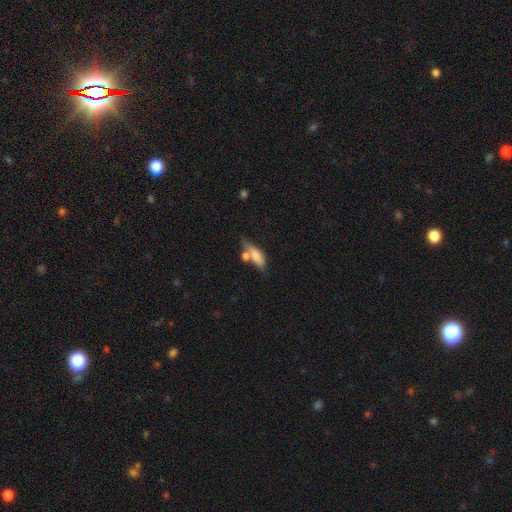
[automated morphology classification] A smooth galaxy with no disk features (65%) that is in between round and cigar-shaped (58%).

Vote fractions:
- Smooth or featured? smooth: 65% / featured or disk: 28% / star or artifact: 7%
- How rounded? in between: 58% / cigar-shaped: 38% / round: 4%
- Merging? none: 41% / merger: 29% / minor disturbance: 21% / major disturbance: 10%